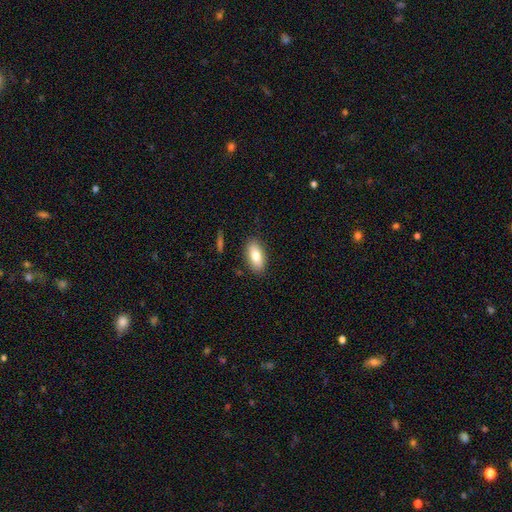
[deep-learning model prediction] smooth-or-featured: smooth: 79% | featured or disk: 15% | star or artifact: 7%
  how-rounded: in between: 88% | cigar-shaped: 8% | round: 3%
  merging: none: 86% | minor disturbance: 10% | major disturbance: 2% | merger: 1%